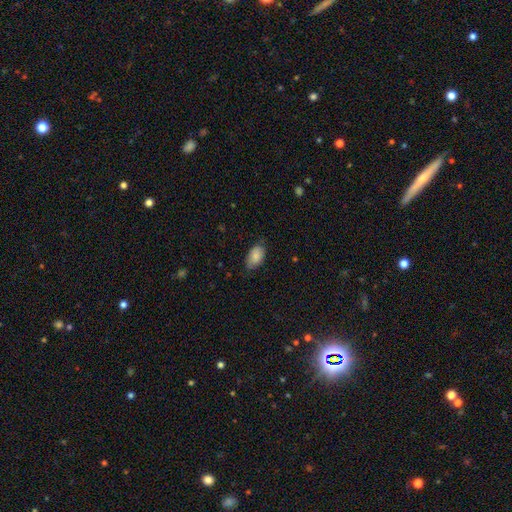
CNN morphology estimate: Overall: smooth (84%). How rounded: in between (93%). Merging: none (72%).